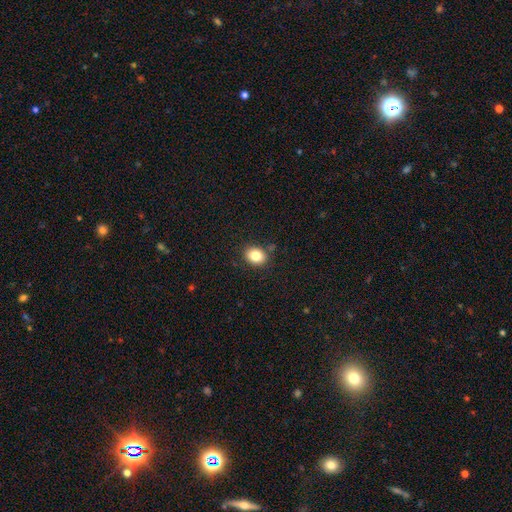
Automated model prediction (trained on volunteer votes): Morphology: type=smooth (82%); roundness=in between (54%); merging=none (85%).